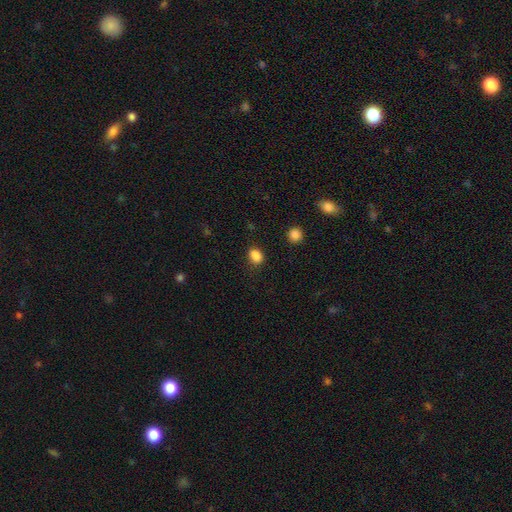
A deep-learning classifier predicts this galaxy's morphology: smooth 85%, star or artifact 12%, featured or disk 3%. Down the decision tree: how rounded — in between (62%); merging — none (79%).